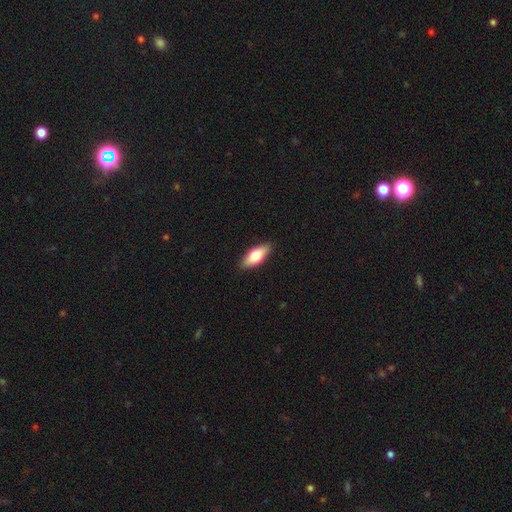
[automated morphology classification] Smooth or featured: smooth — 69% (featured or disk — 25%)
How rounded: in between — 76% (cigar-shaped — 22%)
Merging: none — 89% (minor disturbance — 9%)